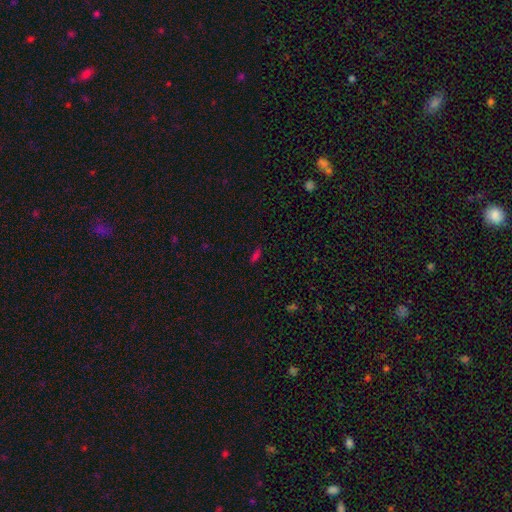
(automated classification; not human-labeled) The model was most divided on "how rounded": in between: 58%, cigar-shaped: 37%, round: 5%. More confident: merging — none (84%); smooth or featured — smooth (70%).